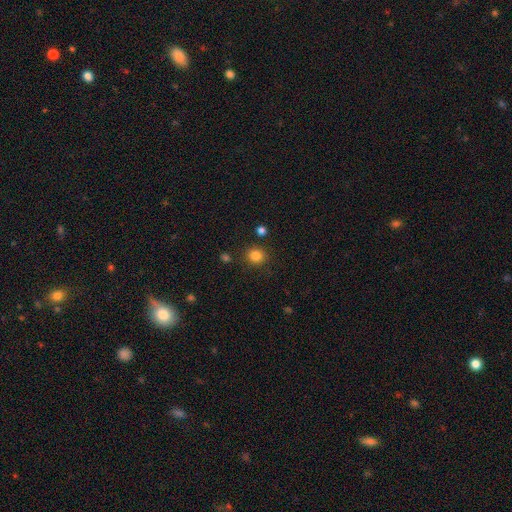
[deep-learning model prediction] Q: Smooth or featured?
A: smooth (83%); runner-up: star or artifact (13%)
Q: How rounded?
A: round (89%); runner-up: in between (10%)
Q: Merging?
A: none (86%); runner-up: minor disturbance (8%)